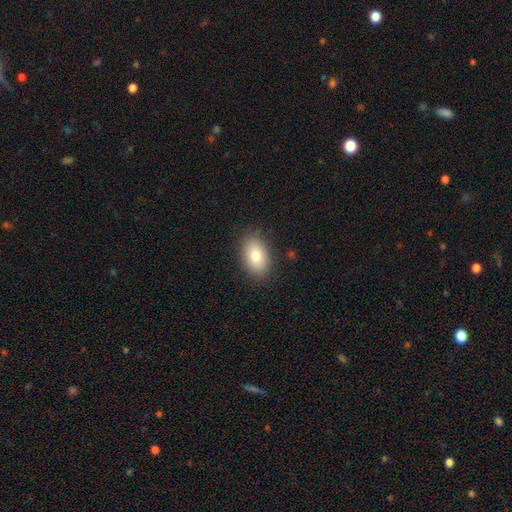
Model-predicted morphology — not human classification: Smooth or featured: smooth — 82% (featured or disk — 10%)
How rounded: in between — 90% (round — 8%)
Merging: none — 88% (minor disturbance — 9%)